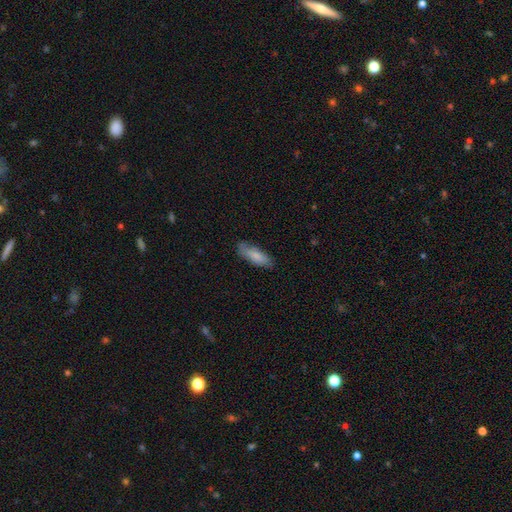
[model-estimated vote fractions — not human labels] A smooth galaxy with no disk features (80%) that is in between round and cigar-shaped (62%). Merging: none (76%).